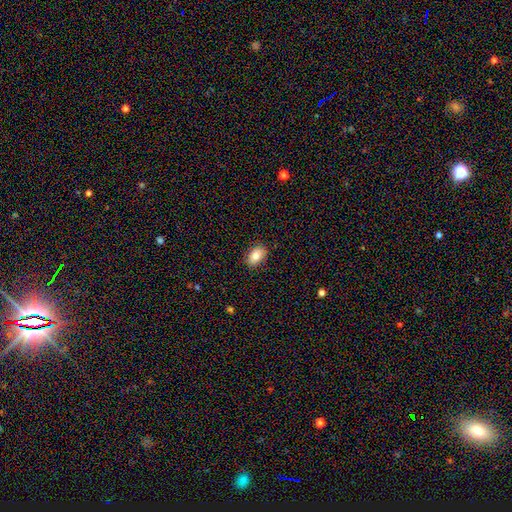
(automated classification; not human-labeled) This appears to be a smooth galaxy with no disk features (82%) that is in between round and cigar-shaped (88%). Merging: none (87%).